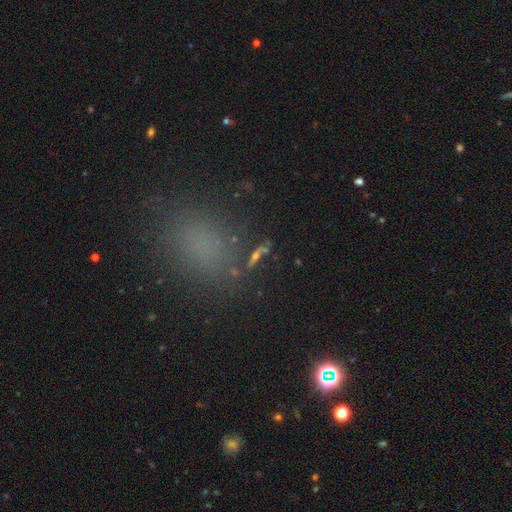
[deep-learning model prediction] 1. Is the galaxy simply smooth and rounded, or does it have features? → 44% smooth, 39% star or artifact, 17% featured or disk.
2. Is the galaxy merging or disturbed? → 69% none, 13% minor disturbance, 9% major disturbance, 9% merger.